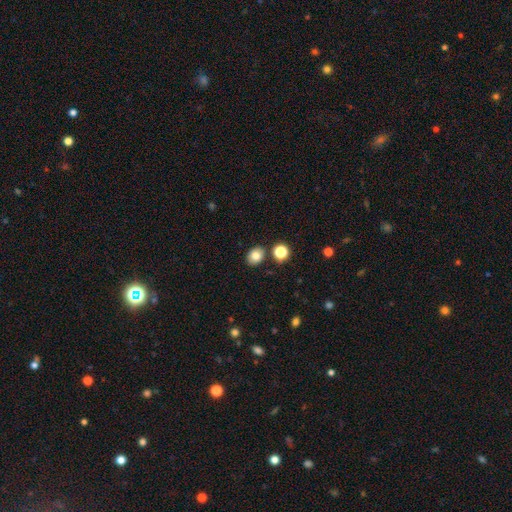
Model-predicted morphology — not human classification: A smooth galaxy with no disk features (81%) that is in between round and cigar-shaped (55%).

Vote fractions:
- Smooth or featured? smooth: 81% / star or artifact: 11% / featured or disk: 8%
- How rounded? in between: 55% / round: 44% / cigar-shaped: 1%
- Merging? none: 83% / minor disturbance: 9% / merger: 6% / major disturbance: 2%